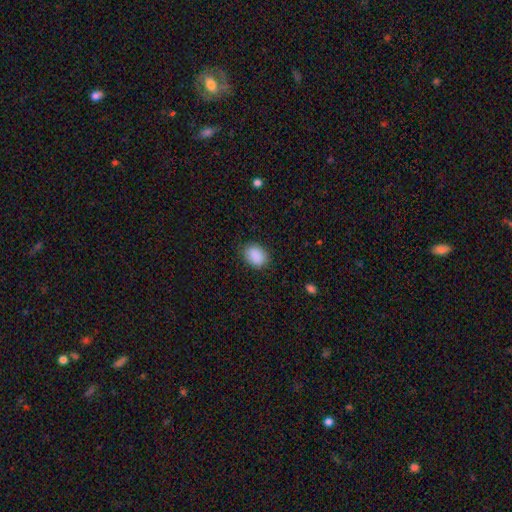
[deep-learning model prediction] Smooth or featured: smooth — 89% (star or artifact — 8%)
How rounded: in between — 69% (round — 30%)
Merging: none — 84% (minor disturbance — 12%)